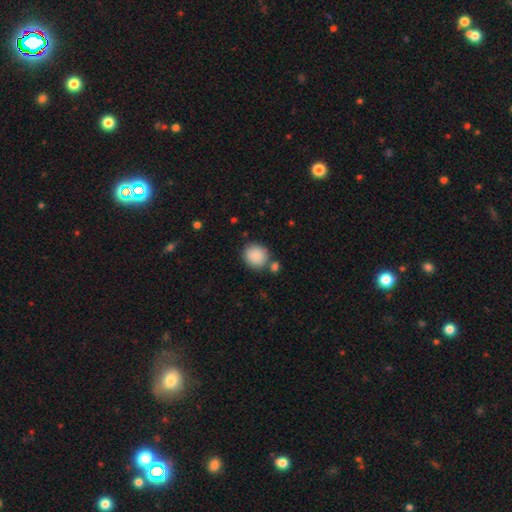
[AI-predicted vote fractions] A smooth galaxy with no disk features (89%) that is round (81%).

Vote fractions:
- Smooth or featured? smooth: 89% / star or artifact: 8% / featured or disk: 4%
- How rounded? round: 81% / in between: 18% / cigar-shaped: 1%
- Merging? none: 71% / merger: 14% / minor disturbance: 11% / major disturbance: 4%